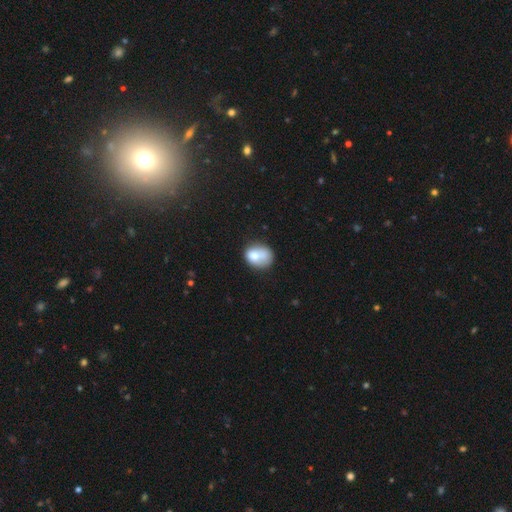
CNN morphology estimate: Smooth or featured? Predicted: smooth (p=0.70). How rounded? Predicted: round (p=0.52). Merging? Predicted: none (p=0.38).